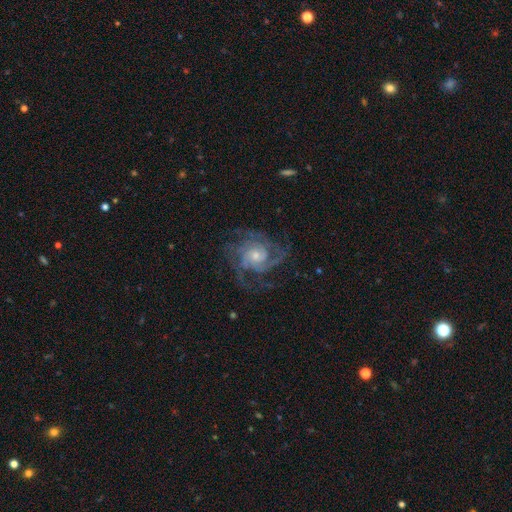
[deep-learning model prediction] This is clearly a featured or disk galaxy (89%). It is clearly not viewed edge-on (98%). Bar: likely no (73%). Spiral arm pattern: clearly yes (97%). Spiral arm count: marginally 3 (36%). Spiral winding: possibly tight (53%). Central bulge: possibly small (54%). Merging: likely none (72%).